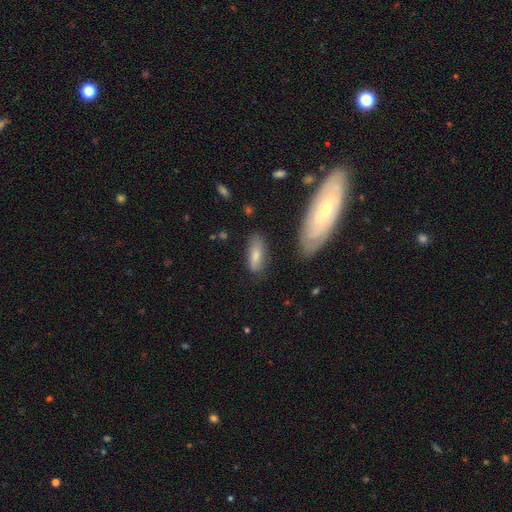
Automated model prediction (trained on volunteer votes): A smooth galaxy with no disk features (76%) that is in between round and cigar-shaped (75%).

Vote fractions:
- Smooth or featured? smooth: 76% / featured or disk: 17% / star or artifact: 7%
- How rounded? in between: 75% / cigar-shaped: 23% / round: 2%
- Merging? none: 73% / minor disturbance: 18% / major disturbance: 5% / merger: 4%